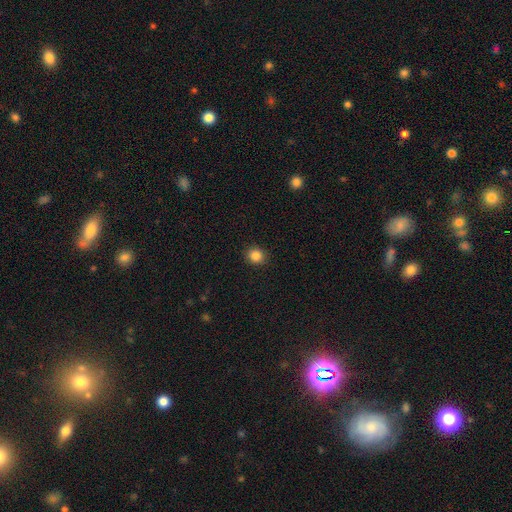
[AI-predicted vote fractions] Morphology: type=smooth (85%); roundness=round (87%); merging=none (92%).